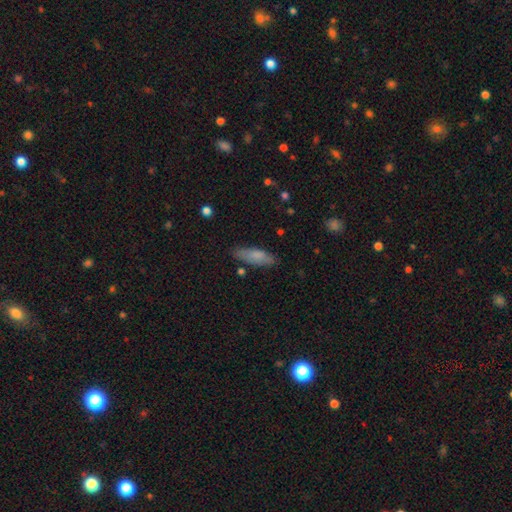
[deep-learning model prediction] smooth 78%, featured or disk 15%, star or artifact 6%. Down the decision tree: how rounded — in between (51%); merging — none (81%).